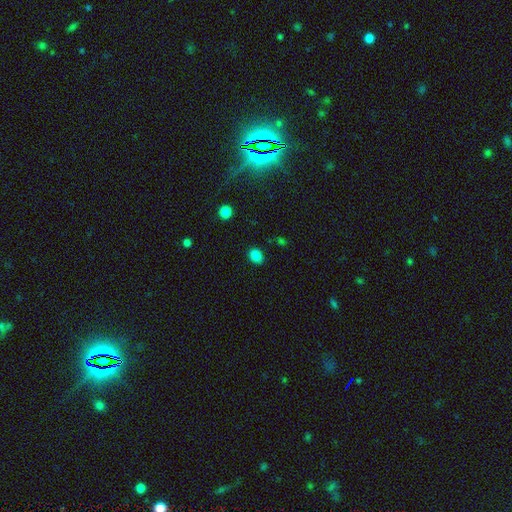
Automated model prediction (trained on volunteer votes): Smooth or featured? Predicted: smooth (p=0.85). How rounded? Predicted: in between (p=0.57). Merging? Predicted: none (p=0.87).